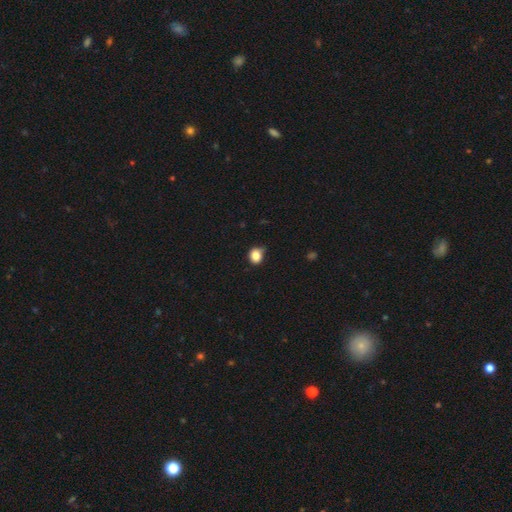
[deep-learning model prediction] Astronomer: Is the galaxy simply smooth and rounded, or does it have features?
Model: smooth — 84%.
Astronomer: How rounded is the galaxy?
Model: round — 73%.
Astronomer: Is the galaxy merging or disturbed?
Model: none — 65%.